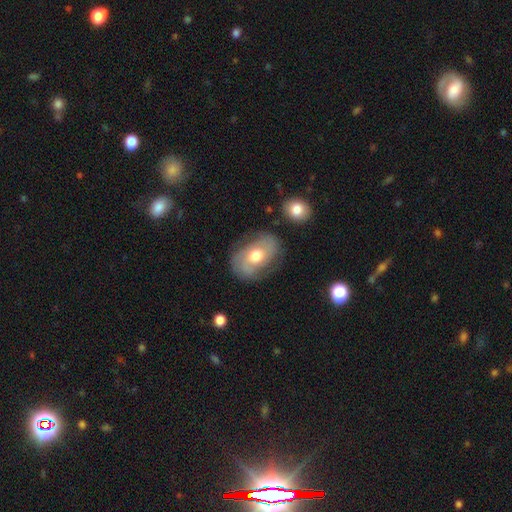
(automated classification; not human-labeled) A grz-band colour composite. It shows a featured or disk galaxy (61%) with no bar (68%), spiral arms (79%) and a moderate central bulge (74%). Merging: none (71%).